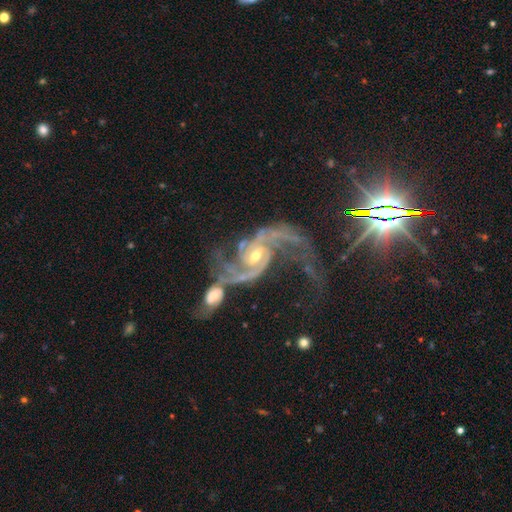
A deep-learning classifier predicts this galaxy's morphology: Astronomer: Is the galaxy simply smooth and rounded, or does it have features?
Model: featured or disk — 89%.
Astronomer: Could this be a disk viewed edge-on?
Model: no — 97%.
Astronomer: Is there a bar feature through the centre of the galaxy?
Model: no — 52% (runner-up: weak, 33%).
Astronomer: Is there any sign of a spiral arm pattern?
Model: yes — 98%.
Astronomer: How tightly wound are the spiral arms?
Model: loose — 48% (runner-up: medium, 40%).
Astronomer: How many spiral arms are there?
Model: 2 — 82%.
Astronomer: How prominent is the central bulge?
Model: small — 60%.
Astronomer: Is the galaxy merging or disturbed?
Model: merger — 31% (runner-up: none, 30%).